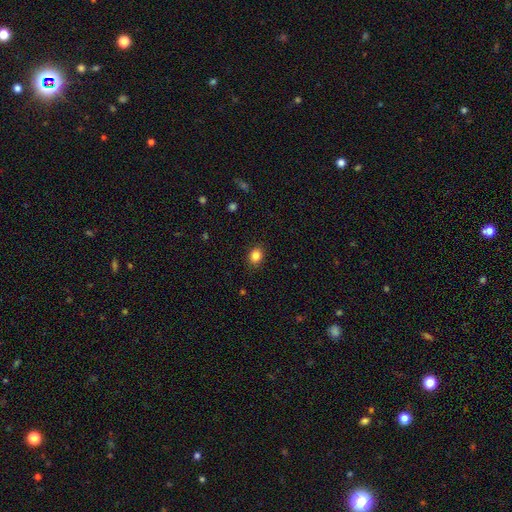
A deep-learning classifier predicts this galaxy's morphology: This appears to be a smooth galaxy with no disk features (85%) that is round (56%). Merging: none (89%).